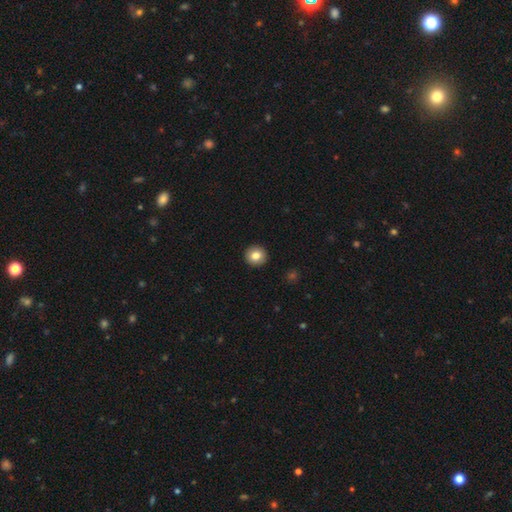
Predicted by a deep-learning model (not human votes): A smooth galaxy with no disk features (83%) that is round (95%).

Vote fractions:
- Smooth or featured? smooth: 83% / star or artifact: 9% / featured or disk: 8%
- How rounded? round: 95% / in between: 4% / cigar-shaped: 1%
- Merging? none: 94% / minor disturbance: 4% / major disturbance: 1% / merger: 1%